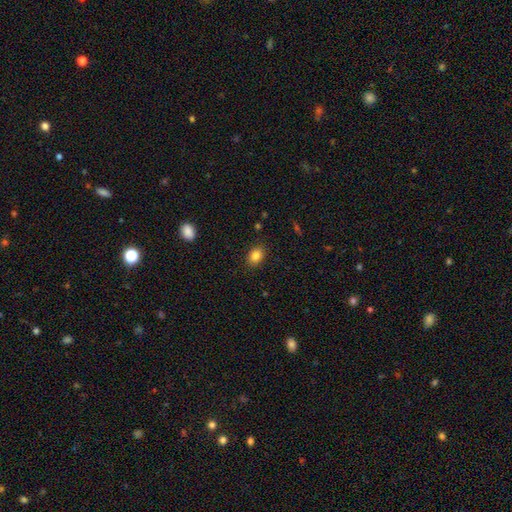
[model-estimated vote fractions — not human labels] smooth 84%, star or artifact 10%, featured or disk 6%. Down the decision tree: how rounded — in between (70%); merging — none (88%).